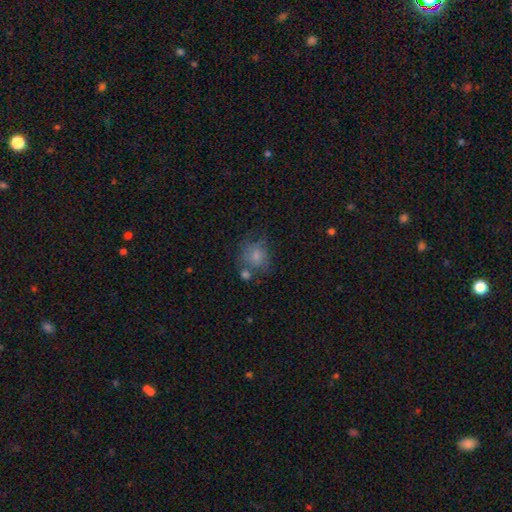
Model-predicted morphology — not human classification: The model was most divided on "merging": none: 41%, minor disturbance: 23%, merger: 19%, major disturbance: 17%. More confident: smooth or featured — smooth (70%); how rounded — round (62%).